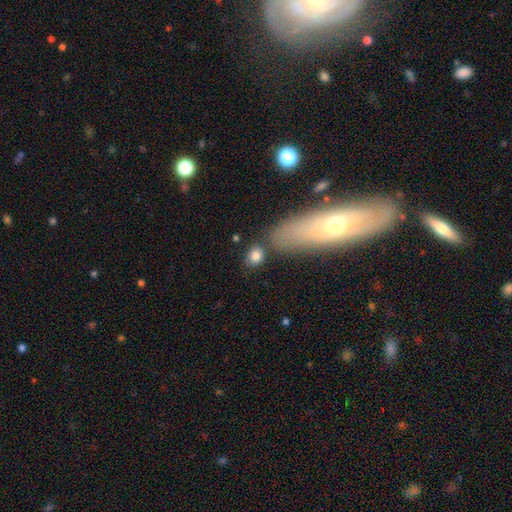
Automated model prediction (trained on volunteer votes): Overall: smooth (82%). How rounded: in between (49%, tied with round). Merging: none (73%).